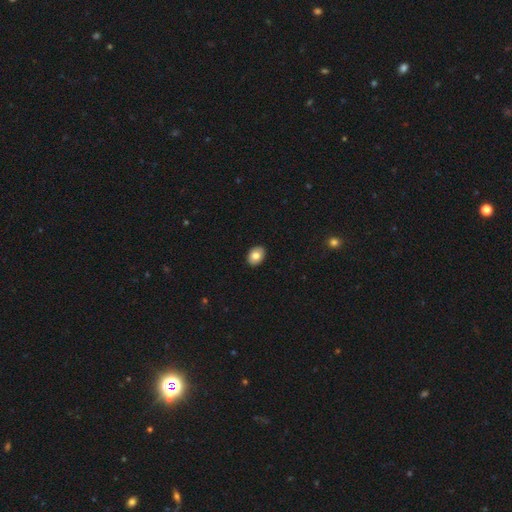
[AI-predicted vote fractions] The model was most divided on "how rounded": in between: 78%, round: 21%, cigar-shaped: 1%. More confident: merging — none (91%); smooth or featured — smooth (80%).